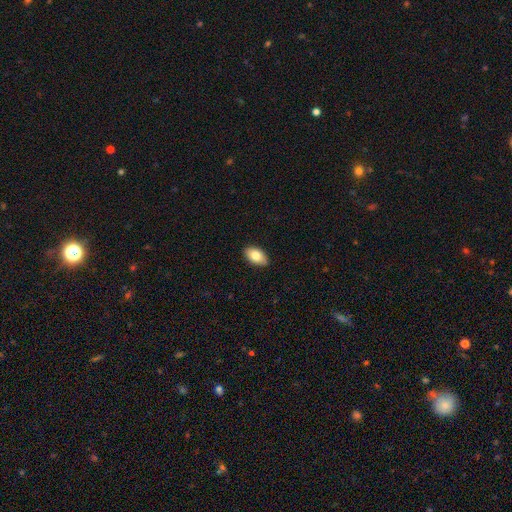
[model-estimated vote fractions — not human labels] Q: Smooth or featured?
A: smooth (81%); runner-up: featured or disk (13%)
Q: How rounded?
A: in between (94%); runner-up: round (4%)
Q: Merging?
A: none (89%); runner-up: minor disturbance (9%)